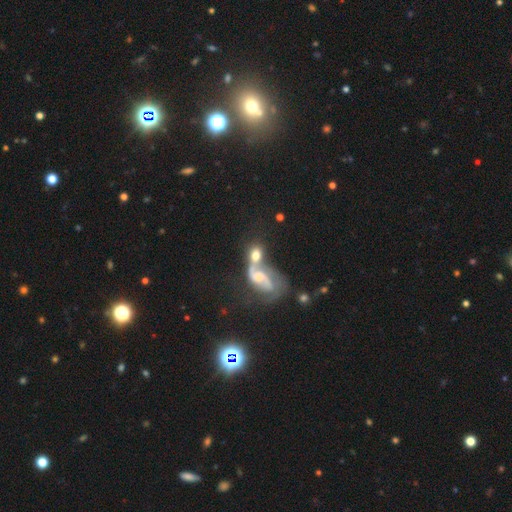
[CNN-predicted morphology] Smooth or featured? featured or disk (49%)
Merging? merger (63%)